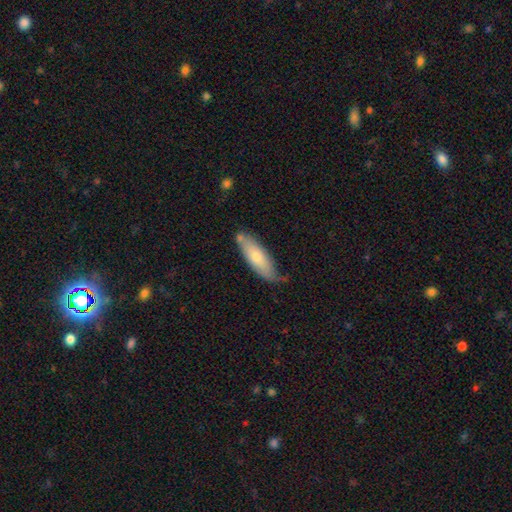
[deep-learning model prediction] Smooth or featured? smooth (65%)
How rounded? cigar-shaped (50%)
Merging? none (65%)